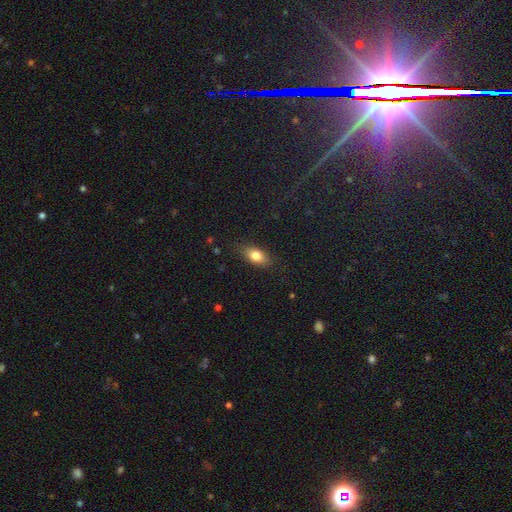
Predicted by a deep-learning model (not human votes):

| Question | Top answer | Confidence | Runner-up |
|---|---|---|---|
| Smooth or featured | smooth | 80% | featured or disk (11%) |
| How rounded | in between | 86% | round (7%) |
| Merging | none | 83% | minor disturbance (12%) |